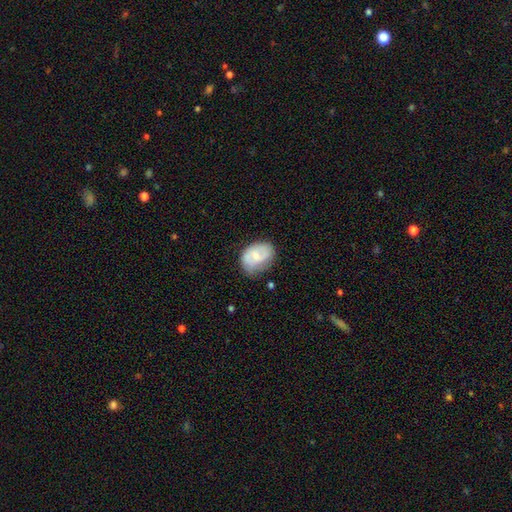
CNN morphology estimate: A smooth galaxy with no disk features (57%) that is in between round and cigar-shaped (73%). Merging: none (54%).